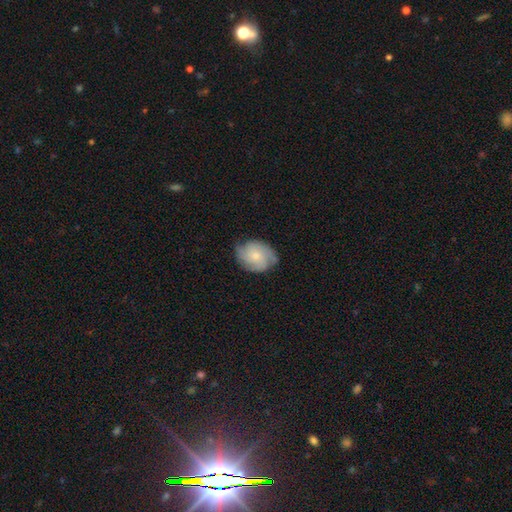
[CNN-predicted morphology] This appears to be a featured or disk galaxy (56%) with no bar (79%), spiral arms (90%) and a small central bulge (54%). Merging: none (67%).